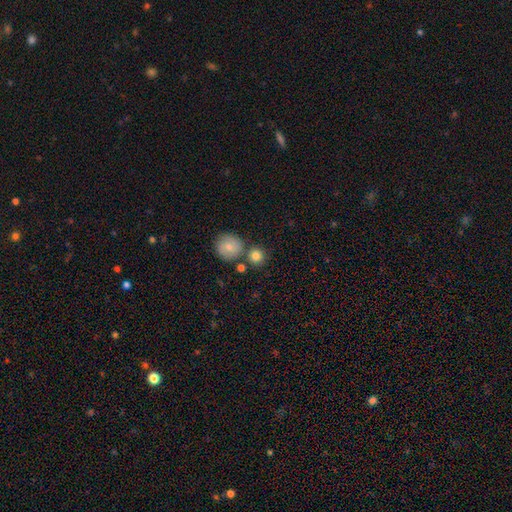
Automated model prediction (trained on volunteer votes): Smooth or featured? Predicted: smooth (p=0.81). How rounded? Predicted: round (p=0.92). Merging? Predicted: none (p=0.70).